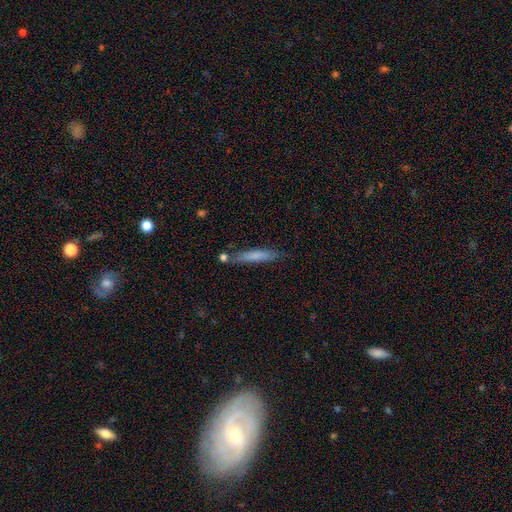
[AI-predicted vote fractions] Overall: smooth (73%). How rounded: cigar-shaped (90%). Merging: none (71%).